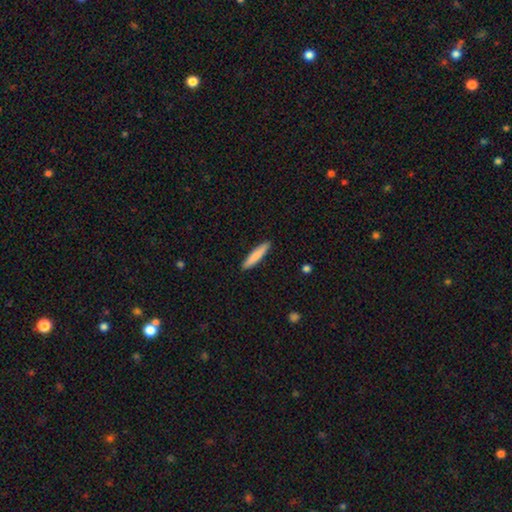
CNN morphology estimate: Q: Smooth or featured?
A: smooth (82%); runner-up: featured or disk (12%)
Q: How rounded?
A: cigar-shaped (89%); runner-up: in between (9%)
Q: Merging?
A: none (91%); runner-up: minor disturbance (6%)